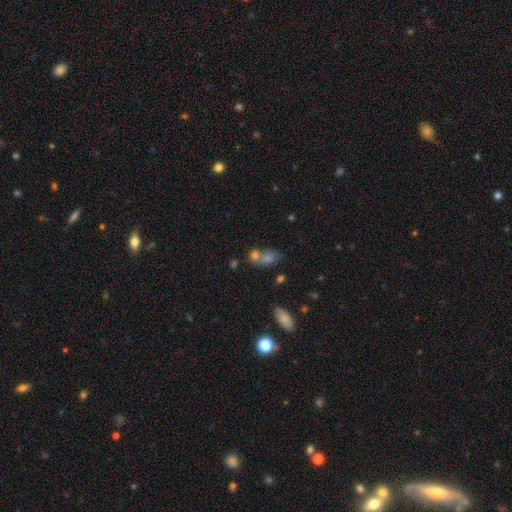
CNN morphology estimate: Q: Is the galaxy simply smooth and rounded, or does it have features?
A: smooth — 70%.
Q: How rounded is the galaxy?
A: in between — 69%.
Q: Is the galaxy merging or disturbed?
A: merger — 53%.